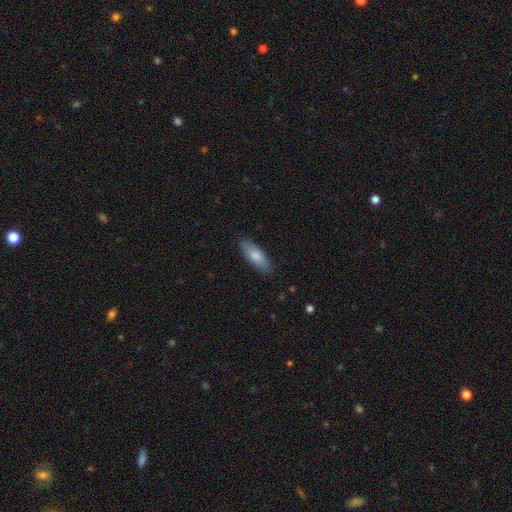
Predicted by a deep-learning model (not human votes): Smooth or featured? smooth (79%)
How rounded? in between (67%)
Merging? none (86%)